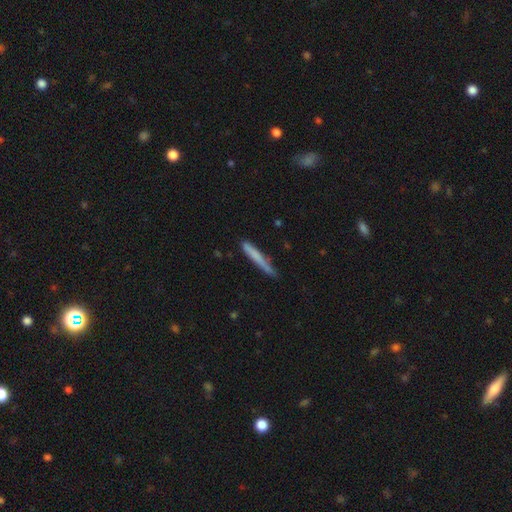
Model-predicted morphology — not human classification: Smooth or featured: smooth — 69% (featured or disk — 25%)
How rounded: cigar-shaped — 96% (in between — 3%)
Merging: none — 74% (minor disturbance — 21%)